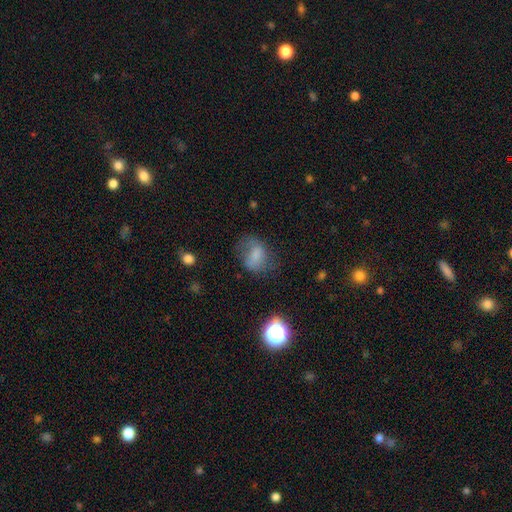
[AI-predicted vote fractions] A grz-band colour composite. It shows a smooth galaxy with no disk features (66%) that is in between round and cigar-shaped (71%). Merging: none (49%).